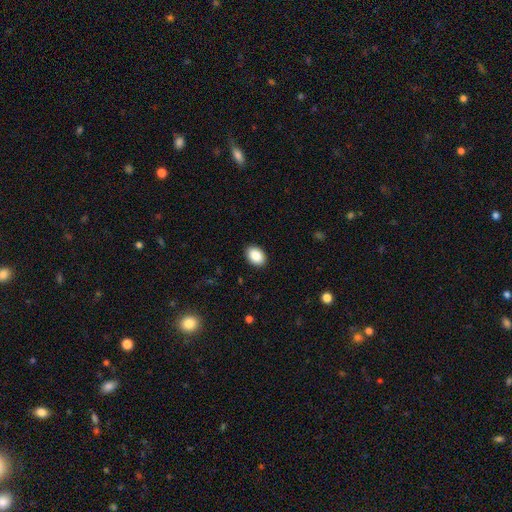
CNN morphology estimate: This appears to be a smooth galaxy with no disk features (89%) that is in between round and cigar-shaped (81%). Merging: none (90%).